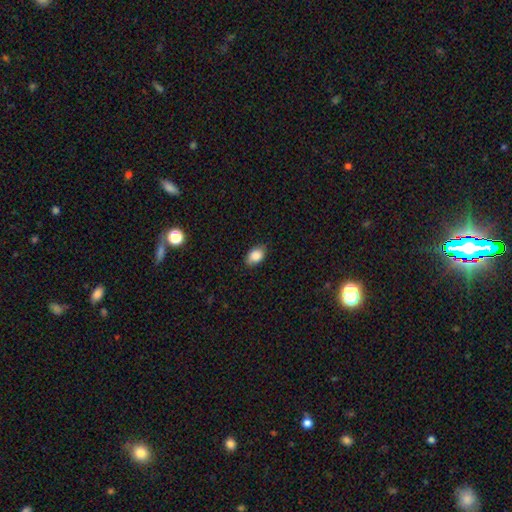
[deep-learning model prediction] Morphology: type=smooth (87%); roundness=in between (86%); merging=none (82%).